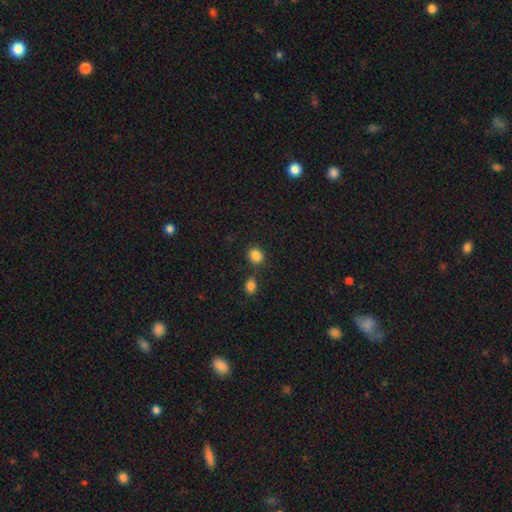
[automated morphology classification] Smooth or featured? Predicted: smooth (p=0.85). How rounded? Predicted: round (p=0.81). Merging? Predicted: none (p=0.79).